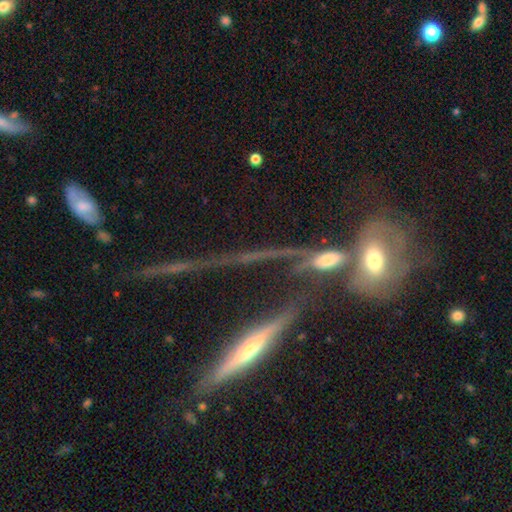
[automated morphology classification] A featured or disk galaxy (65%) viewed edge-on (73%). Merging: none (41%).